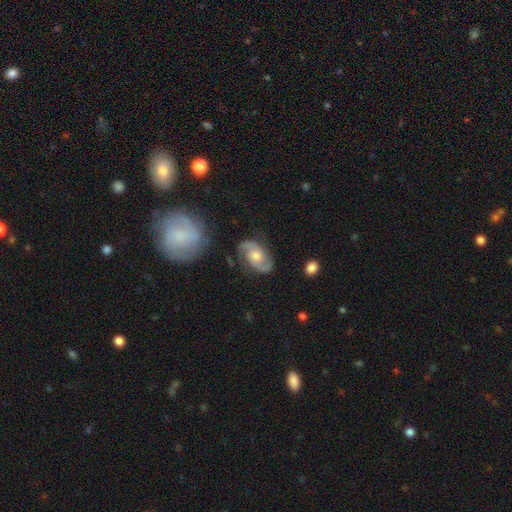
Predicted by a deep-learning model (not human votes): Smooth or featured? featured or disk (84%)
Edge-on disk? no (97%)
Bar? no (65%)
Spiral arms? yes (96%)
Spiral winding? medium (52%)
Spiral arm count? 2 (91%)
Bulge size? moderate (63%)
Merging? none (77%)